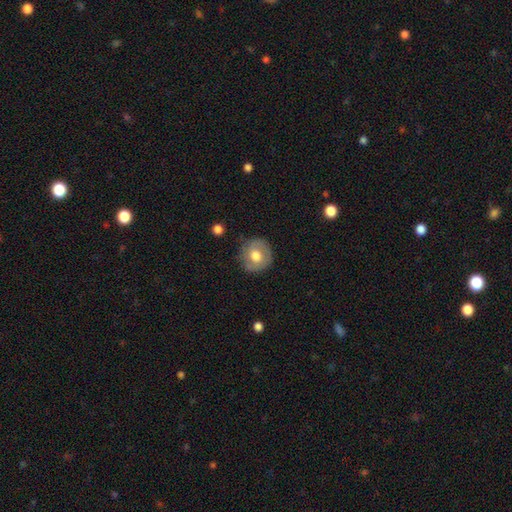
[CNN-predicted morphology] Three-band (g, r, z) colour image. It shows a smooth galaxy with no disk features (61%) that is round (88%). Merging: none (76%).